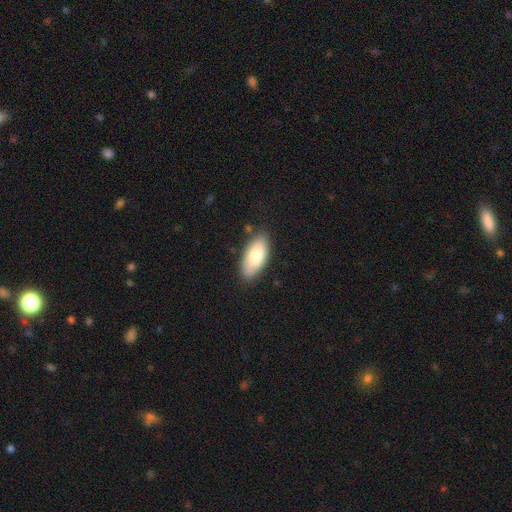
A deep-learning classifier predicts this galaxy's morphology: Smooth or featured?
  - smooth: 80% *
  - featured or disk: 14%
  - star or artifact: 6%
How rounded?
  - in between: 90% *
  - cigar-shaped: 8%
  - round: 2%
Merging?
  - none: 82% *
  - minor disturbance: 14%
  - major disturbance: 3%
  - merger: 2%